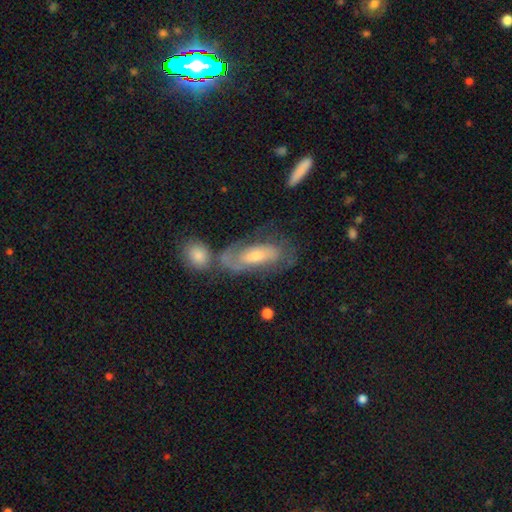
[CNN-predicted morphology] A featured or disk galaxy (67%) with no bar (55%), spiral arms (83%) and a moderate central bulge (51%). Merging: none (46%).